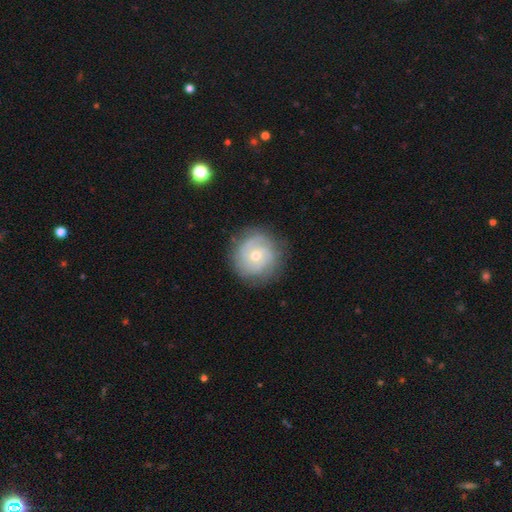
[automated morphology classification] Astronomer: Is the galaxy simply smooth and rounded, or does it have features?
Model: featured or disk — 69%.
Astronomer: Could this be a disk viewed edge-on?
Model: no — 98%.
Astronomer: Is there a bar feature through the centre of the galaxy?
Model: no — 76%.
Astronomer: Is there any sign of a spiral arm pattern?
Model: yes — 89%.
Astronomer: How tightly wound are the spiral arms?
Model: tight — 66%.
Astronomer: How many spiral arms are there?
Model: can't tell — 35% (runner-up: 3, 24%).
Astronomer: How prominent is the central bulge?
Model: moderate — 50% (runner-up: small, 47%).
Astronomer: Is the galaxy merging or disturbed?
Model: none — 82%.